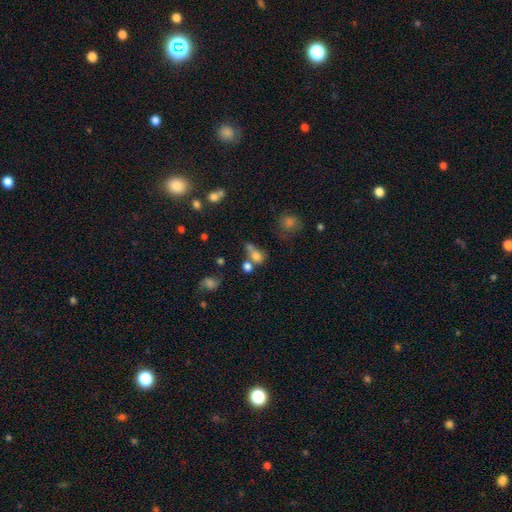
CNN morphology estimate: This appears to be a smooth galaxy with no disk features (72%) that is in between round and cigar-shaped (60%). Merging: merger (43%).